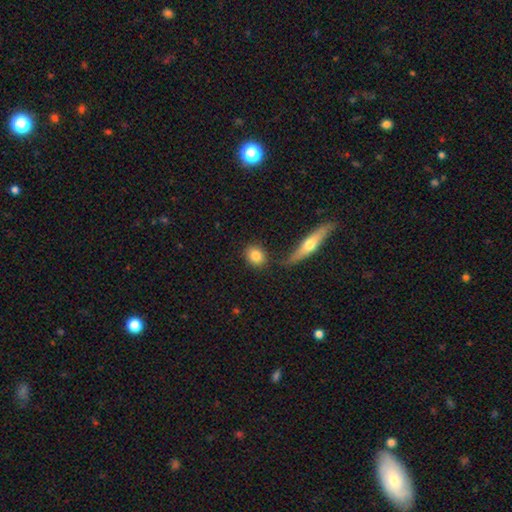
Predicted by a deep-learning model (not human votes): The model was most divided on "how rounded": round: 66%, in between: 30%, cigar-shaped: 4%. More confident: smooth or featured — smooth (82%); merging — none (80%).